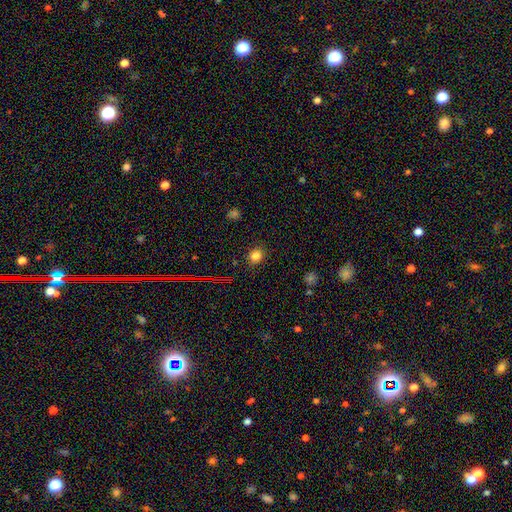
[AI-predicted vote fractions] smooth 79%, star or artifact 15%, featured or disk 6%. Down the decision tree: how rounded — round (73%); merging — none (86%).